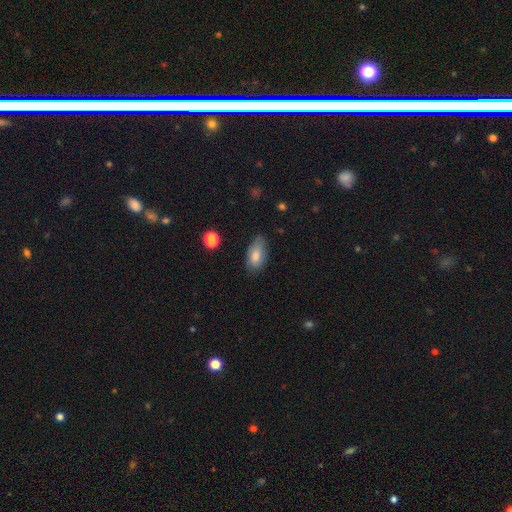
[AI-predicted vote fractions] The model was most divided on "merging": none: 68%, minor disturbance: 25%, major disturbance: 5%, merger: 2%. More confident: how rounded — in between (92%); smooth or featured — smooth (78%).